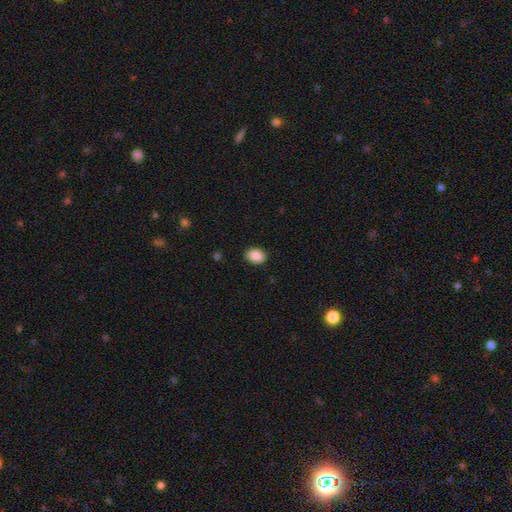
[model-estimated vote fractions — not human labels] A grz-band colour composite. It shows a smooth galaxy with no disk features (89%) that is in between round and cigar-shaped (76%). Merging: none (89%).